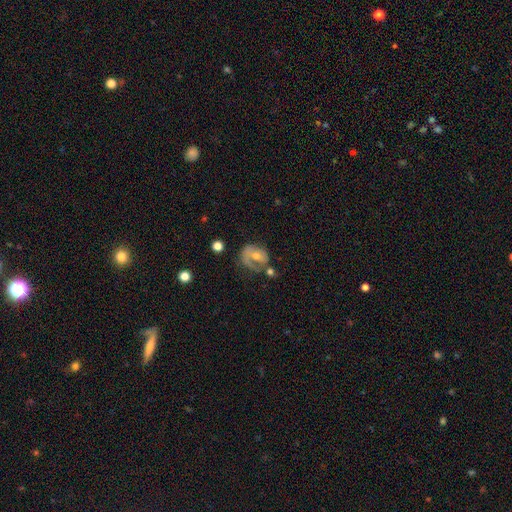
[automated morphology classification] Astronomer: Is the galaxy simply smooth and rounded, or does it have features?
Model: featured or disk — 62%.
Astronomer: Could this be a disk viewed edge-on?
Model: no — 97%.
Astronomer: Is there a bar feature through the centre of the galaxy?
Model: no — 64%.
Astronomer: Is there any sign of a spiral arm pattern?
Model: yes — 70%.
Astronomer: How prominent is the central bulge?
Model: moderate — 56% (runner-up: small, 37%).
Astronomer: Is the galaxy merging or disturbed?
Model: none — 45% (runner-up: major disturbance, 23%).